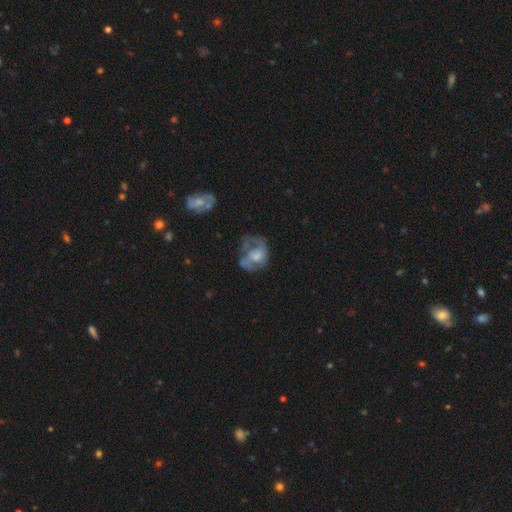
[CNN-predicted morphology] Overall: featured or disk (57%; smooth 34%). Edge-on disk: no (97%). Bar: no (76%). Spiral arms: yes (51%; no 49%). Bulge size: moderate (38%; small 25%). Merging: major disturbance (41%; none 32%).